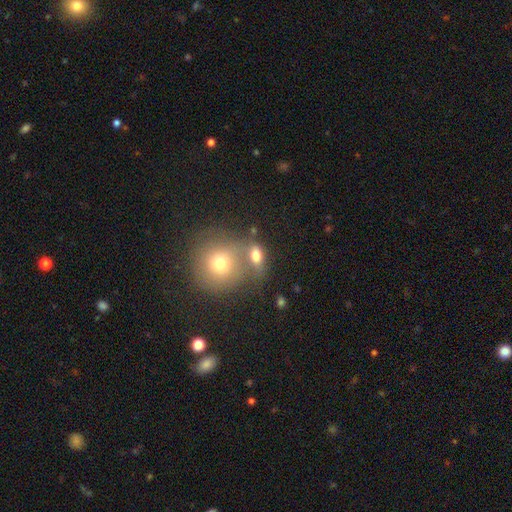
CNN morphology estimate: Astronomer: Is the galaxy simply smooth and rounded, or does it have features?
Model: smooth — 73%.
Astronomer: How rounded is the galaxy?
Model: in between — 62%.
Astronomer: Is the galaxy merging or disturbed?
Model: none — 43% (runner-up: merger, 39%).